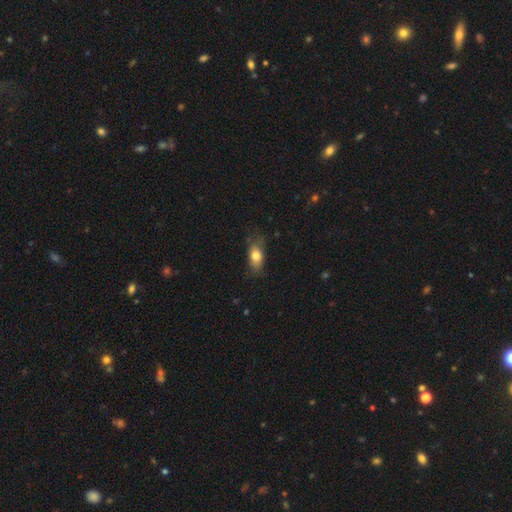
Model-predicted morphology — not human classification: smooth_or_featured: smooth (p=0.77) [alt: featured or disk p=0.16]
how_rounded: in between (p=0.83) [alt: cigar-shaped p=0.09]
merging: none (p=0.67) [alt: minor disturbance p=0.24]